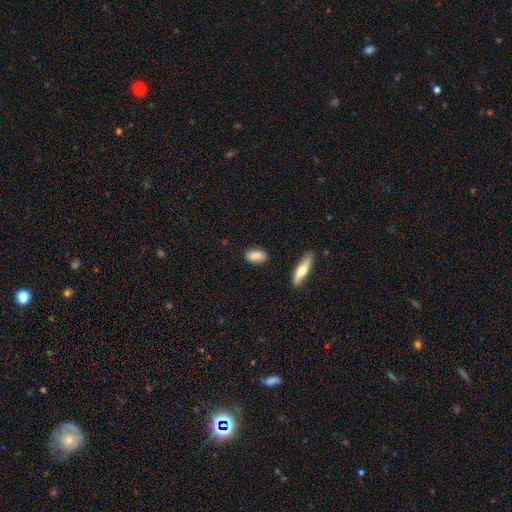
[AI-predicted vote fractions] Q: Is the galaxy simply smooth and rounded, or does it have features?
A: smooth — 86%.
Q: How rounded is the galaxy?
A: in between — 86%.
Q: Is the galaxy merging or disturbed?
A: none — 83%.